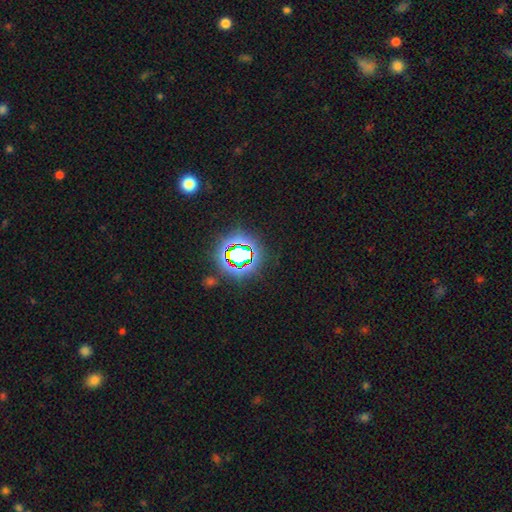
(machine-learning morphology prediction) A star or artifact, not a galaxy (79%).